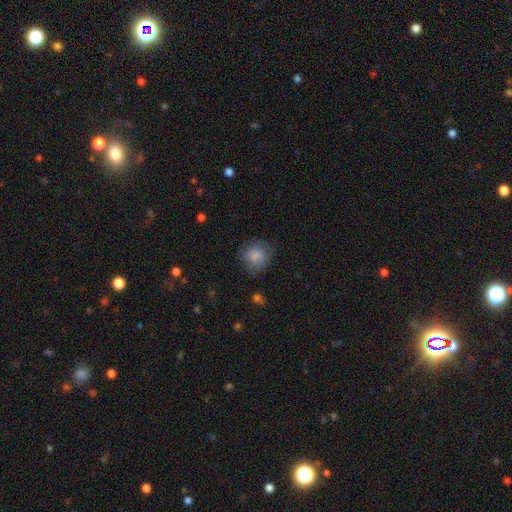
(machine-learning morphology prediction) This appears to be a smooth galaxy with no disk features (80%) that is round (77%). Merging: none (67%).